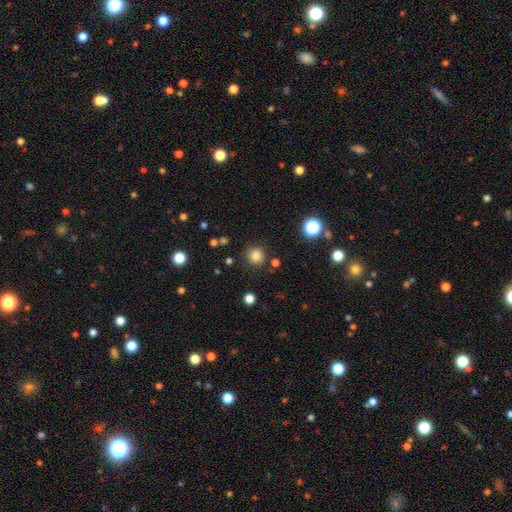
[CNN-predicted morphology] Smooth or featured?
  - smooth: 82% *
  - star or artifact: 13%
  - featured or disk: 5%
How rounded?
  - round: 93% *
  - in between: 6%
  - cigar-shaped: 1%
Merging?
  - none: 86% *
  - minor disturbance: 8%
  - major disturbance: 3%
  - merger: 3%